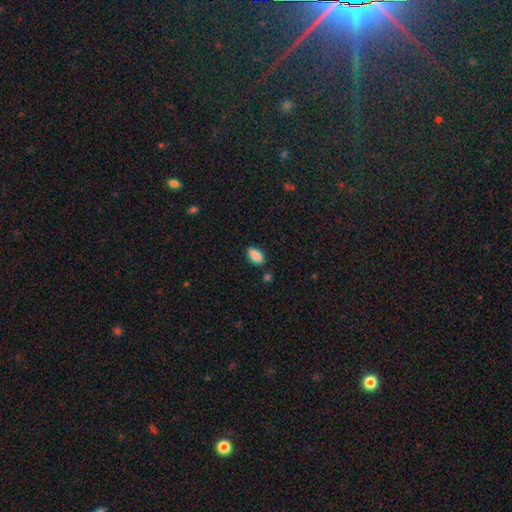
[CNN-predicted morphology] smooth_or_featured: smooth (p=0.86) [alt: star or artifact p=0.08]
how_rounded: in between (p=0.90) [alt: cigar-shaped p=0.06]
merging: none (p=0.83) [alt: minor disturbance p=0.11]